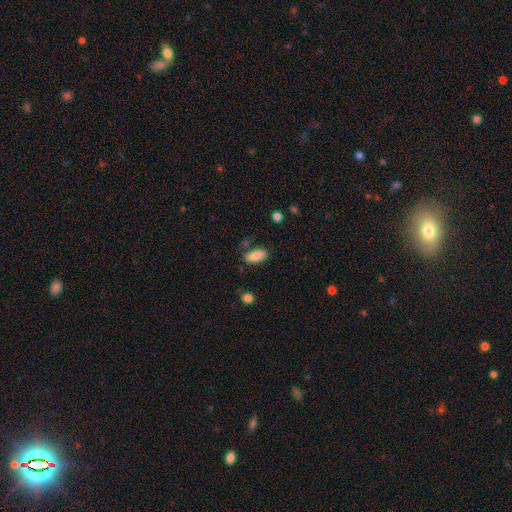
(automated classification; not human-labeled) A smooth galaxy with no disk features (84%) that is in between round and cigar-shaped (88%). Merging: none (76%).